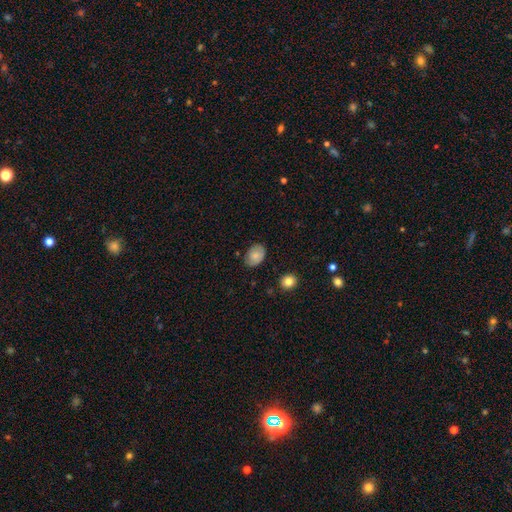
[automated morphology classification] Smooth or featured?
  - smooth: 78% *
  - featured or disk: 14%
  - star or artifact: 8%
How rounded?
  - in between: 77% *
  - round: 22%
  - cigar-shaped: 1%
Merging?
  - none: 76% *
  - minor disturbance: 19%
  - major disturbance: 4%
  - merger: 1%